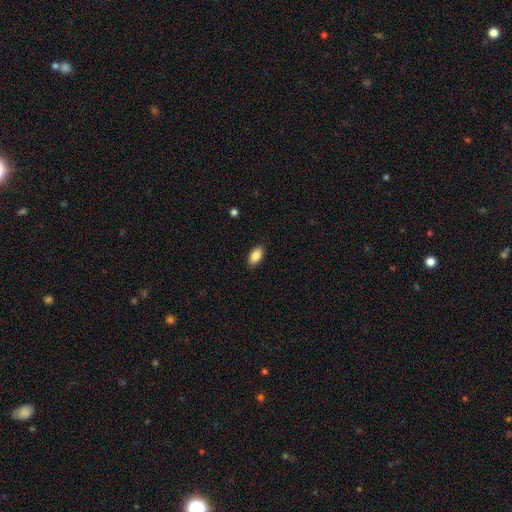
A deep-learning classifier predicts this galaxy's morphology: This appears to be a smooth galaxy with no disk features (88%) that is in between round and cigar-shaped (93%). Merging: none (87%).